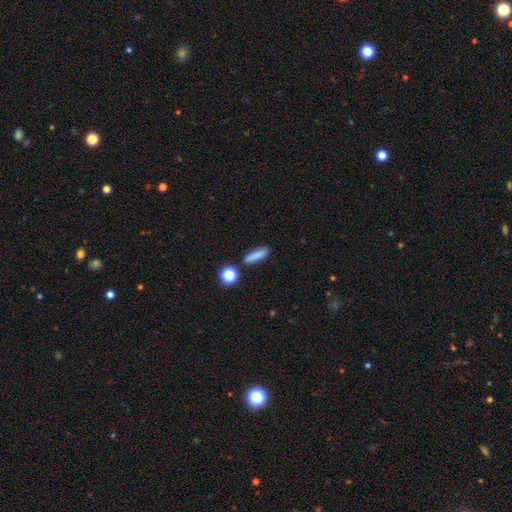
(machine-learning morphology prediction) A smooth galaxy with no disk features (82%) that is cigar-shaped (74%).

Vote fractions:
- Smooth or featured? smooth: 82% / star or artifact: 10% / featured or disk: 9%
- How rounded? cigar-shaped: 74% / in between: 20% / round: 6%
- Merging? none: 85% / minor disturbance: 8% / merger: 4% / major disturbance: 3%